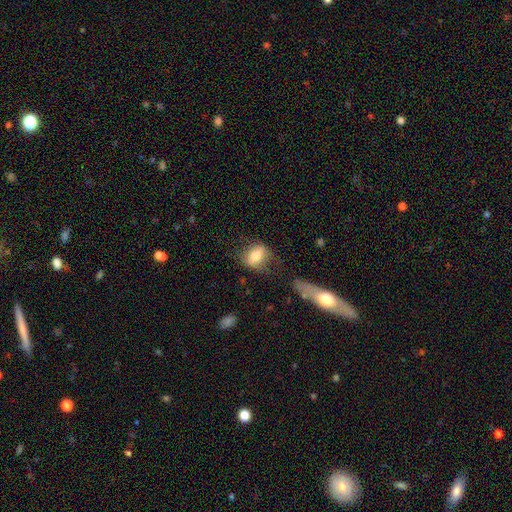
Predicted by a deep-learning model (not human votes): This is likely a smooth galaxy (67%). How rounded: likely in between (71%). Merging: likely none (62%).